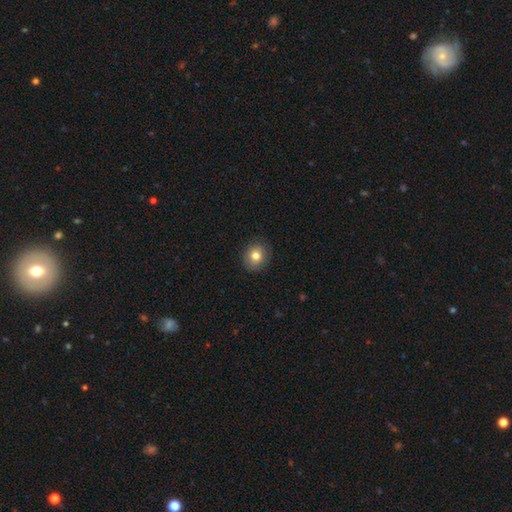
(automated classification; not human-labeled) This appears to be a smooth galaxy with no disk features (78%) that is round (77%). Merging: none (87%).